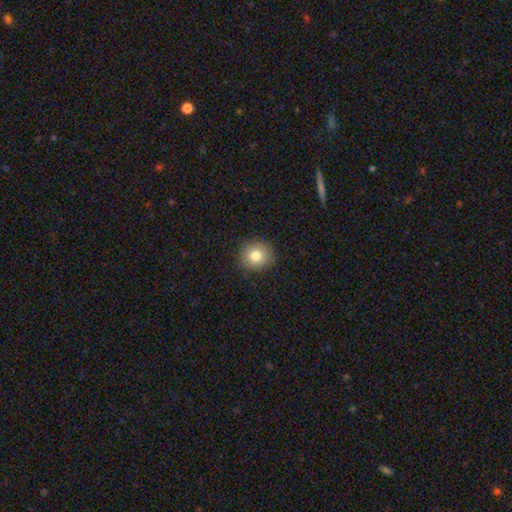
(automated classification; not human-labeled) This appears to be a smooth galaxy with no disk features (80%) that is round (87%). Merging: none (89%).